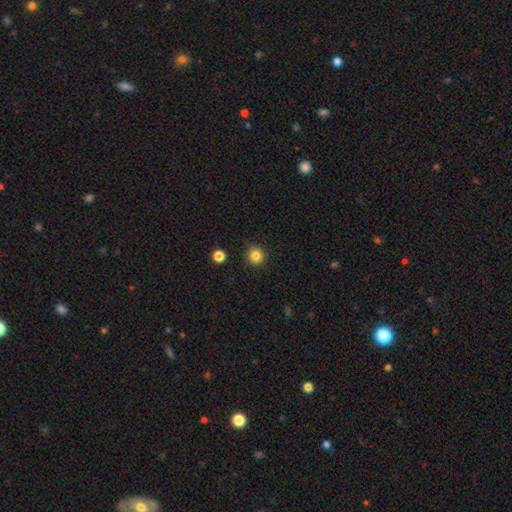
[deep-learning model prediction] Overall: smooth (84%). How rounded: round (95%). Merging: none (87%).